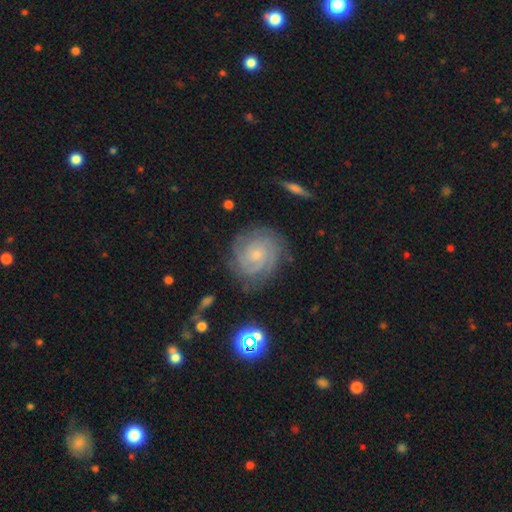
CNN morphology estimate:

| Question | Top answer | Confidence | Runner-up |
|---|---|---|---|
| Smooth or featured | featured or disk | 81% | smooth (12%) |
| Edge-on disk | no | 98% | yes (2%) |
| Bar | no | 73% | weak (24%) |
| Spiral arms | yes | 96% | no (4%) |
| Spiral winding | tight | 74% | medium (22%) |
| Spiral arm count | can't tell | 26% | tied: 3 (26%), 2 (26%) |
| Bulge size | small | 71% | moderate (22%) |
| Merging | none | 77% | minor disturbance (15%) |